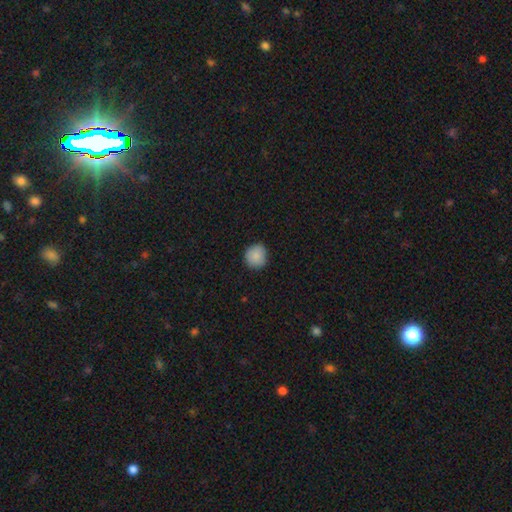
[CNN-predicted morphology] Smooth or featured? smooth (87%)
How rounded? round (89%)
Merging? none (86%)